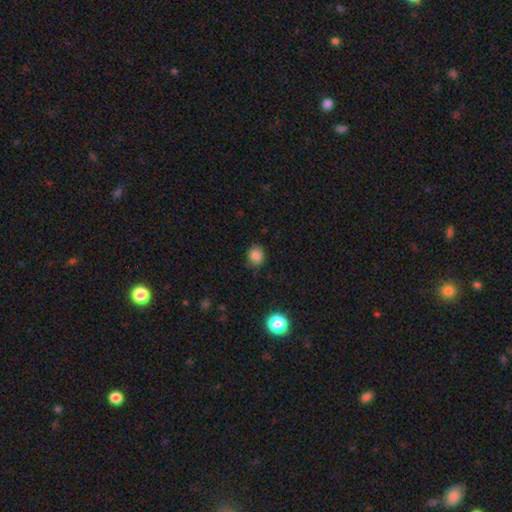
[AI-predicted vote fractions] Smooth or featured?
  - smooth: 84% *
  - star or artifact: 12%
  - featured or disk: 4%
How rounded?
  - round: 67% *
  - in between: 32%
  - cigar-shaped: 1%
Merging?
  - none: 83% *
  - minor disturbance: 13%
  - major disturbance: 3%
  - merger: 1%